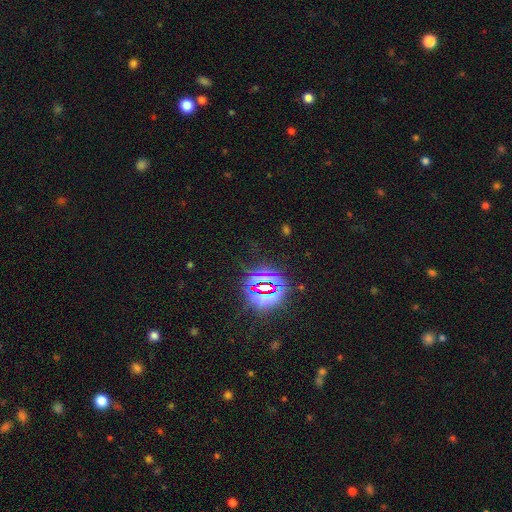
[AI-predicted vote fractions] Smooth or featured? star or artifact (81%)